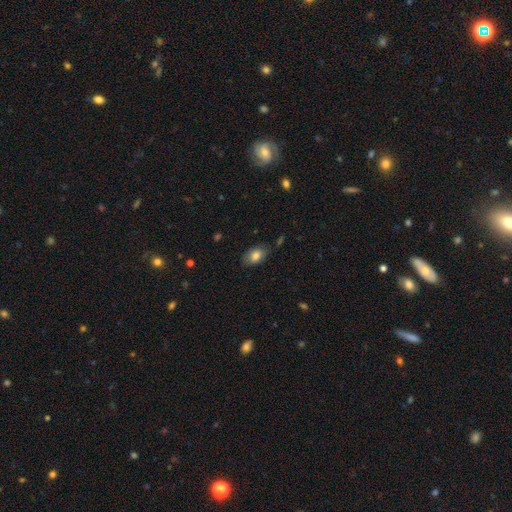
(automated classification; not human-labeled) Smooth or featured: smooth — 78% (featured or disk — 14%)
How rounded: in between — 90% (round — 9%)
Merging: none — 76% (minor disturbance — 18%)